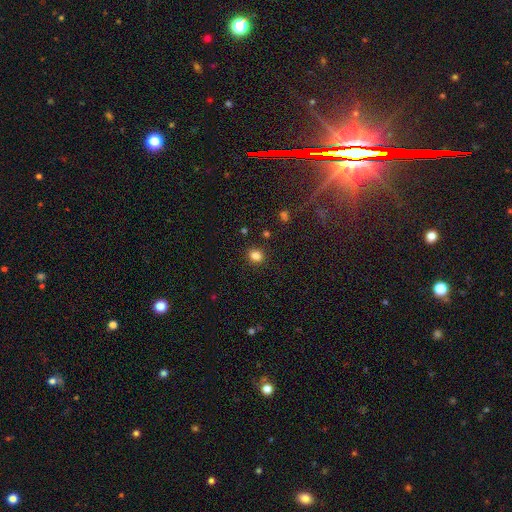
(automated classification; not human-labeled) Smooth or featured: smooth — 83% (star or artifact — 12%)
How rounded: round — 71% (in between — 28%)
Merging: none — 89% (minor disturbance — 8%)